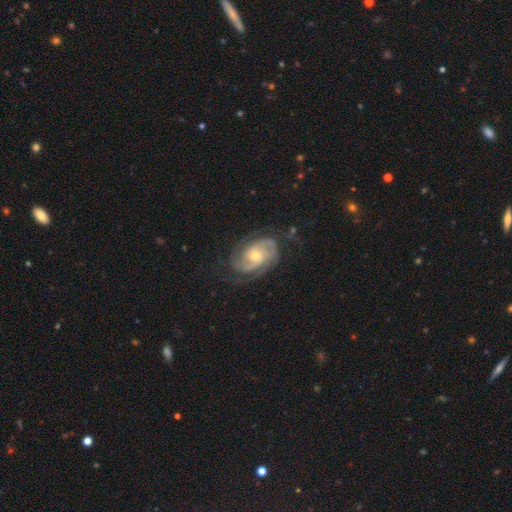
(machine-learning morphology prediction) Smooth or featured: featured or disk — 86% (smooth — 9%)
Edge-on disk: no — 97% (yes — 3%)
Bar: no — 59% (weak — 33%)
Spiral arms: yes — 96% (no — 4%)
Spiral winding: tight — 54% (medium — 36%)
Spiral arm count: 2 — 47% (can't tell — 21%)
Bulge size: moderate — 56% (small — 40%)
Merging: none — 68% (minor disturbance — 20%)